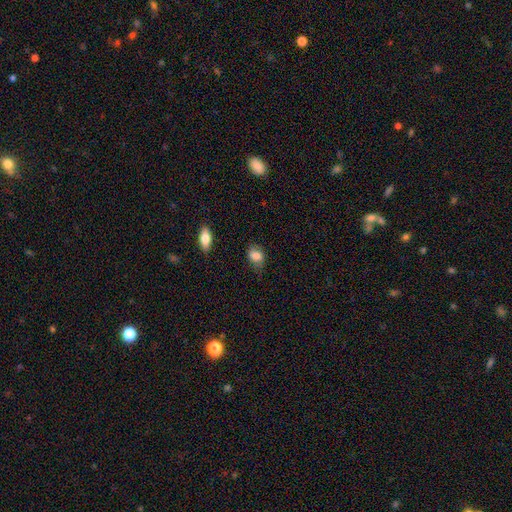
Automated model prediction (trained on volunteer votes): A smooth galaxy with no disk features (83%) that is in between round and cigar-shaped (71%). Merging: none (62%).